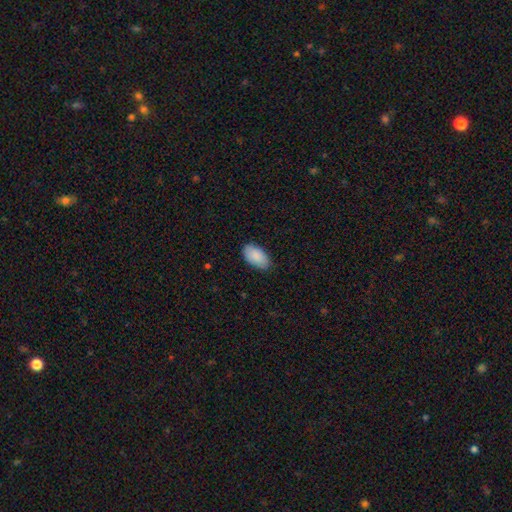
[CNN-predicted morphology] Smooth or featured? Predicted: smooth (p=0.89). How rounded? Predicted: in between (p=0.96). Merging? Predicted: none (p=0.82).